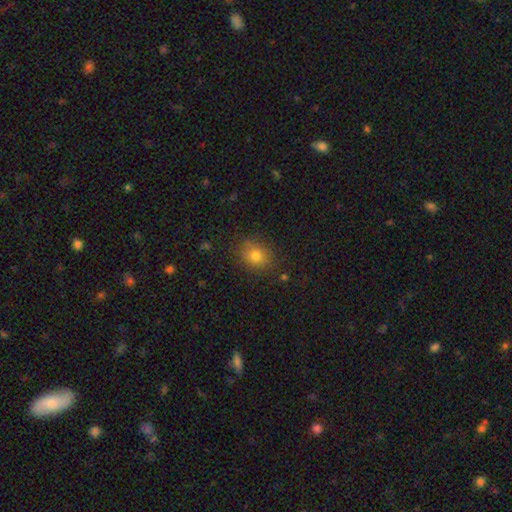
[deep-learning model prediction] smooth_or_featured: smooth (p=0.78) [alt: star or artifact p=0.13]
how_rounded: round (p=0.62) [alt: in between p=0.37]
merging: none (p=0.83) [alt: minor disturbance p=0.12]